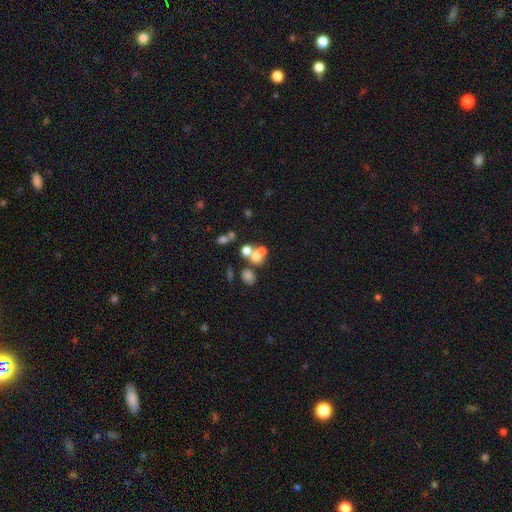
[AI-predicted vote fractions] Smooth or featured? smooth (60%)
How rounded? round (69%)
Merging? merger (54%)